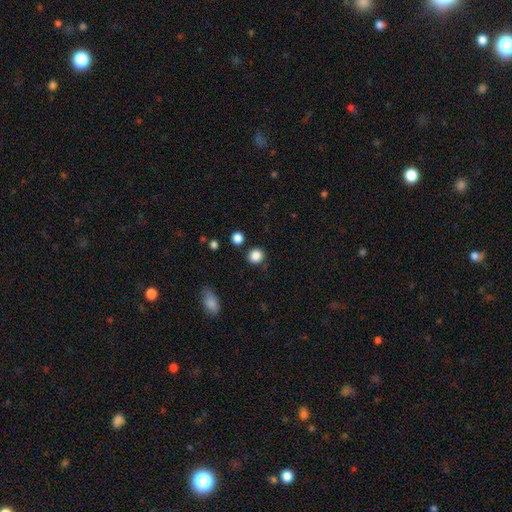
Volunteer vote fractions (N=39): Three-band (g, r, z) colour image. It shows a smooth galaxy with no disk features (85%) that is round (94%). Merging: none (86%).